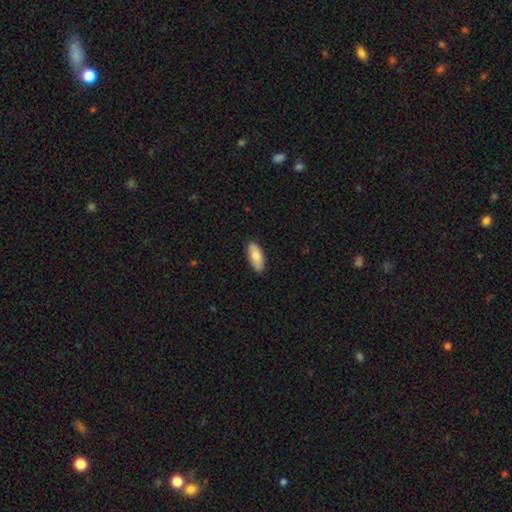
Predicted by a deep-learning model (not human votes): This appears to be a smooth galaxy with no disk features (80%) that is in between round and cigar-shaped (84%). Merging: none (87%).